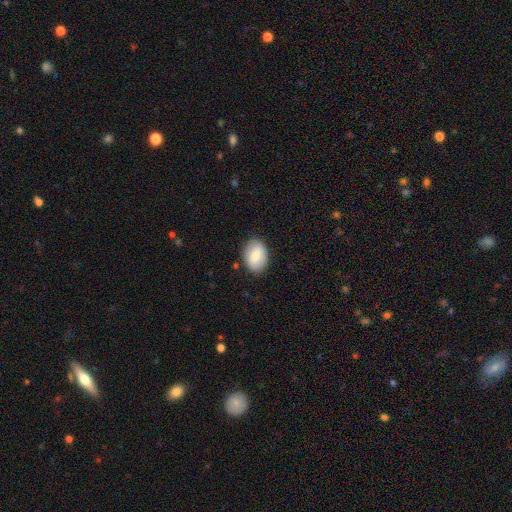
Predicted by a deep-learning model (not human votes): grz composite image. It shows a smooth galaxy with no disk features (76%) that is in between round and cigar-shaped (83%). Merging: none (84%).